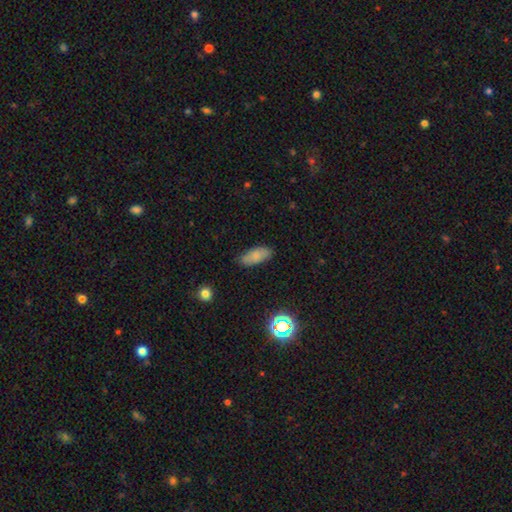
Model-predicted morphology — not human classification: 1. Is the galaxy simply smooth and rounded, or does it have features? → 79% smooth, 12% featured or disk, 9% star or artifact.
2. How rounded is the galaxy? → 83% in between, 15% cigar-shaped, 3% round.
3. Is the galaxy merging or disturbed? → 83% none, 13% minor disturbance, 3% major disturbance, 1% merger.